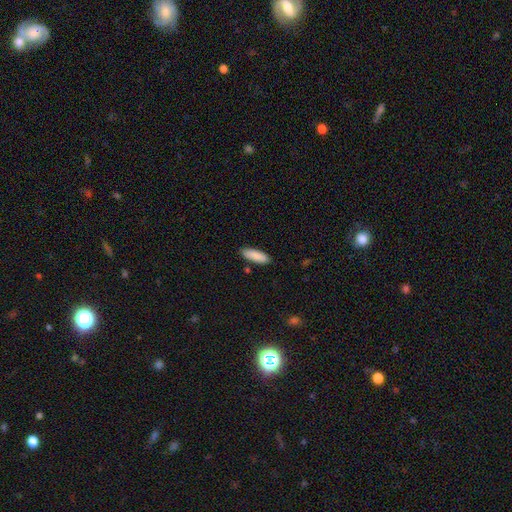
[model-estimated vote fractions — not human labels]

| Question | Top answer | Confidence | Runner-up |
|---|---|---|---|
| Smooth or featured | smooth | 89% | star or artifact (6%) |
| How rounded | in between | 53% | cigar-shaped (46%) |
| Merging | none | 86% | minor disturbance (10%) |